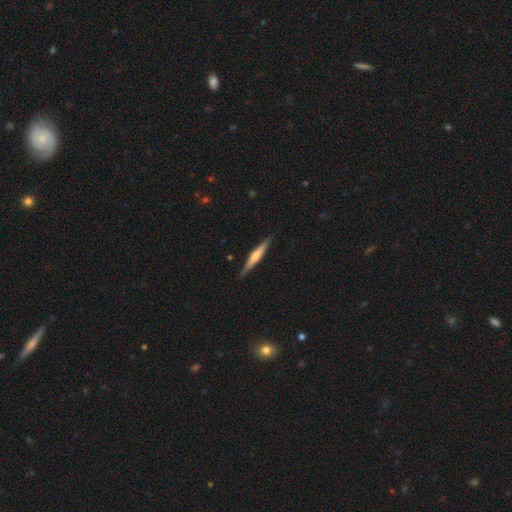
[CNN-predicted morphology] featured or disk 54%, smooth 41%, star or artifact 5%. Down the decision tree: edge-on disk — yes (97%); edge-on bulge — rounded (64%); merging — none (89%).